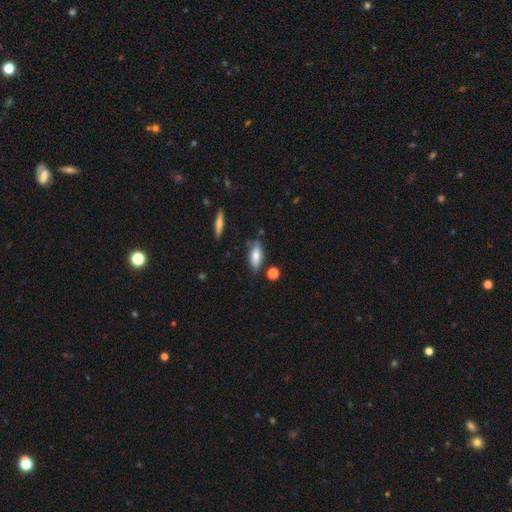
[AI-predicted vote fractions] A smooth galaxy with no disk features (67%) that is in between round and cigar-shaped (60%).

Vote fractions:
- Smooth or featured? smooth: 67% / featured or disk: 25% / star or artifact: 7%
- How rounded? in between: 60% / cigar-shaped: 37% / round: 2%
- Merging? none: 73% / minor disturbance: 18% / merger: 5% / major disturbance: 3%